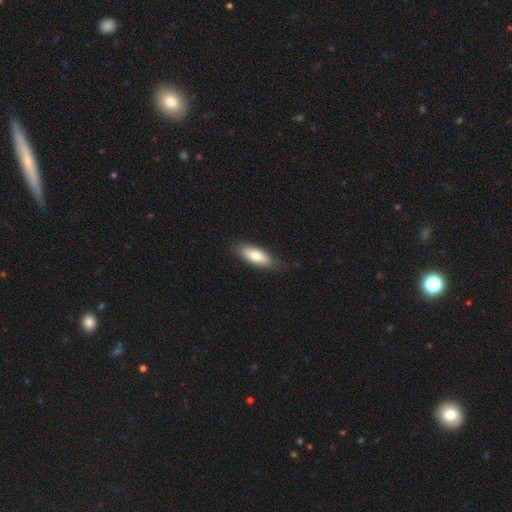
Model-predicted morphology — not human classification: Q: Smooth or featured?
A: smooth (78%); runner-up: featured or disk (16%)
Q: How rounded?
A: in between (69%); runner-up: cigar-shaped (29%)
Q: Merging?
A: none (81%); runner-up: minor disturbance (15%)